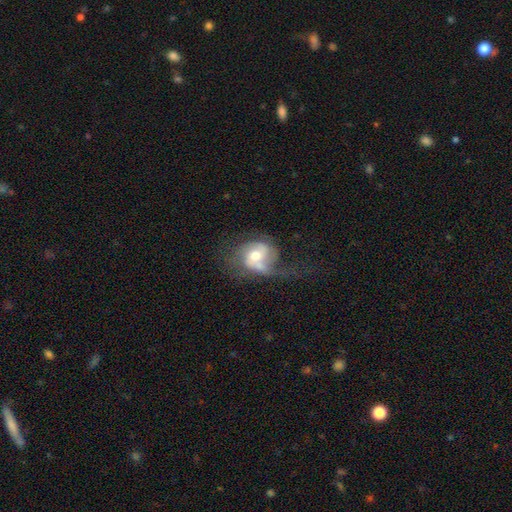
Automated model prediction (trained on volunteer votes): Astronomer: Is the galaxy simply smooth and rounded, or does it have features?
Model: featured or disk — 66%.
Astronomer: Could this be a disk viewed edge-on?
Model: no — 97%.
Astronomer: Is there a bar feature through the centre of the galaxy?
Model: no — 59%.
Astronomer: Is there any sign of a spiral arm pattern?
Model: yes — 81%.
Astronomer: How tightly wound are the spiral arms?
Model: loose — 44% (runner-up: medium, 38%).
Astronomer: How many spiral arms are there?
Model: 2 — 50% (runner-up: 1, 27%).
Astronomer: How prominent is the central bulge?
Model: moderate — 67%.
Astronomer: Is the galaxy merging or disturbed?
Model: major disturbance — 39% (runner-up: none, 32%).